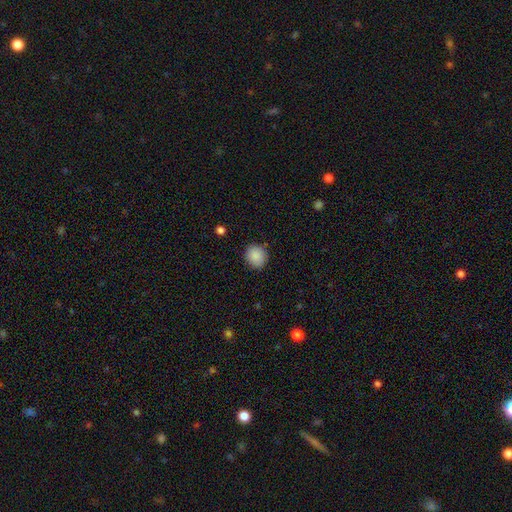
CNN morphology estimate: Q: Smooth or featured?
A: smooth (89%); runner-up: star or artifact (8%)
Q: How rounded?
A: round (79%); runner-up: in between (20%)
Q: Merging?
A: none (87%); runner-up: minor disturbance (9%)